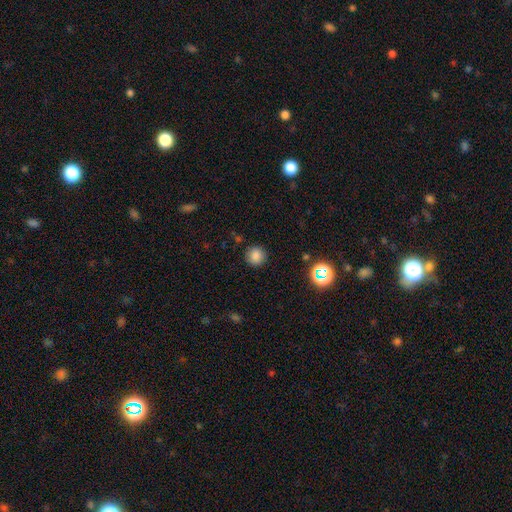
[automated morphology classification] This is clearly a smooth galaxy (82%). How rounded: clearly round (92%). Merging: clearly none (89%).